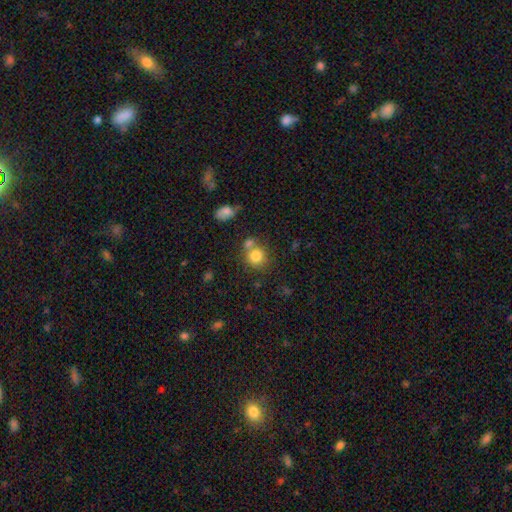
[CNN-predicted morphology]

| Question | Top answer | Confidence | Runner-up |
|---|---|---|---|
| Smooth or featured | smooth | 80% | star or artifact (11%) |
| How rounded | round | 83% | in between (16%) |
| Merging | none | 56% | merger (29%) |